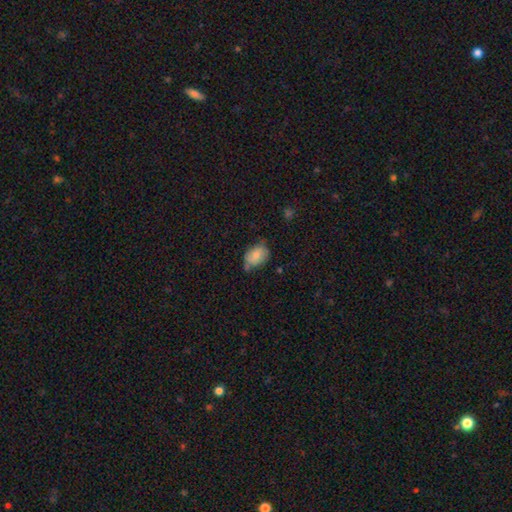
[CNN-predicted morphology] The model was most divided on "merging": none: 51%, minor disturbance: 35%, major disturbance: 8%, merger: 6%. More confident: how rounded — in between (81%); smooth or featured — smooth (76%).